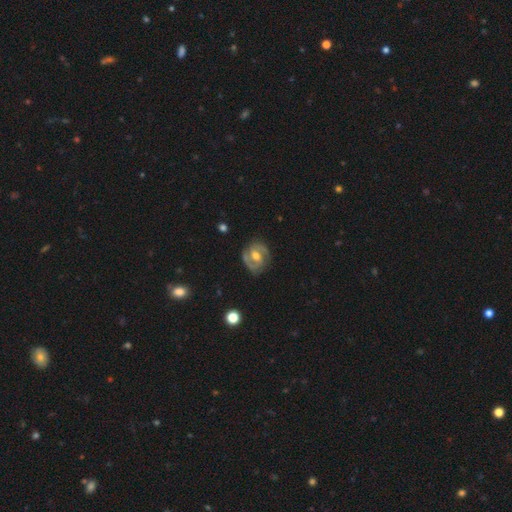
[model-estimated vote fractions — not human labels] A featured or disk galaxy (83%) with a weak bar (50%), 2 (88%) medium (48%) spiral arms (93%) and a moderate central bulge (70%). Merging: none (80%).